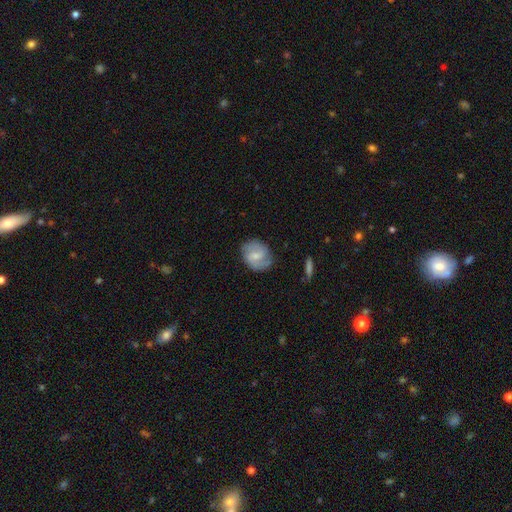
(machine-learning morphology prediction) type=featured or disk (65%); edge-on=no (97%); bar=weak (55%); spiral arms=yes (92%); winding=medium (48%); arm count=2 (78%); bulge=small (54%); merging=none (75%).